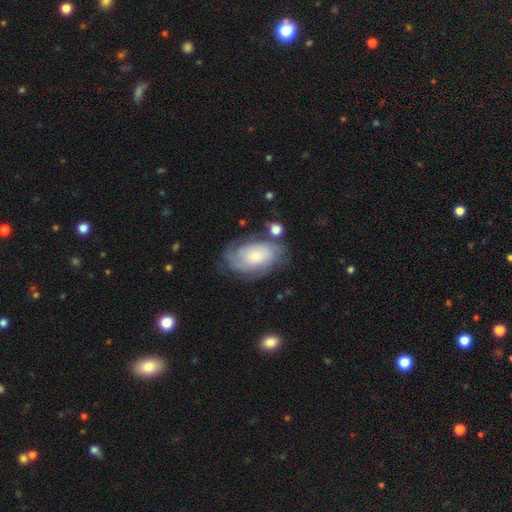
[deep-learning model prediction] This is possibly a featured or disk galaxy (58%). It is clearly not viewed edge-on (96%). Bar: likely no (77%). Spiral arm pattern: clearly yes (84%). Central bulge: marginally small (42%). Merging: likely none (62%).